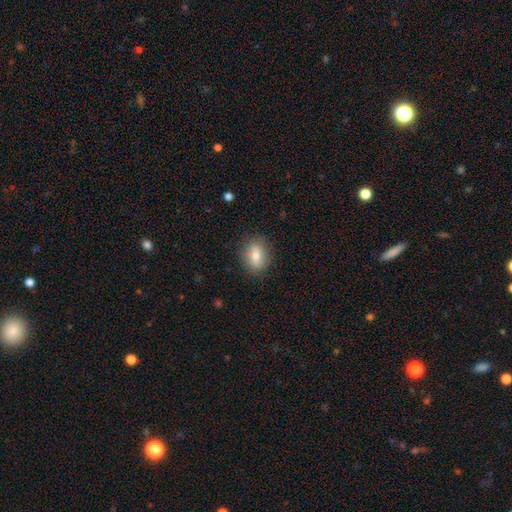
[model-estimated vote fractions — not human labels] This is likely a smooth galaxy (78%). How rounded: likely in between (68%). Merging: clearly none (84%).